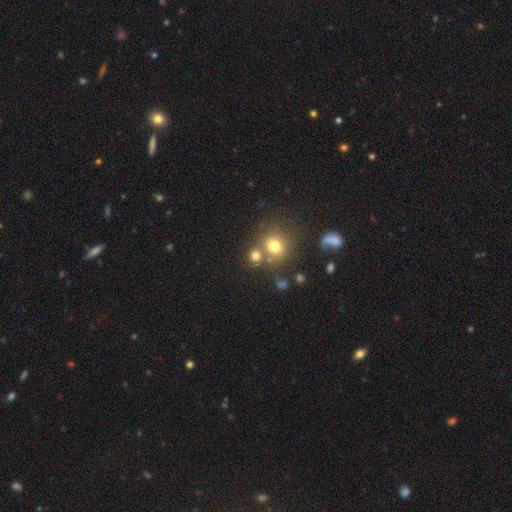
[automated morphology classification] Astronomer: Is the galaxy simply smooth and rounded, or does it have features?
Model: smooth — 74%.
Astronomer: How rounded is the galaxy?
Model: round — 83%.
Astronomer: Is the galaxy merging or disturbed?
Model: none — 60%.